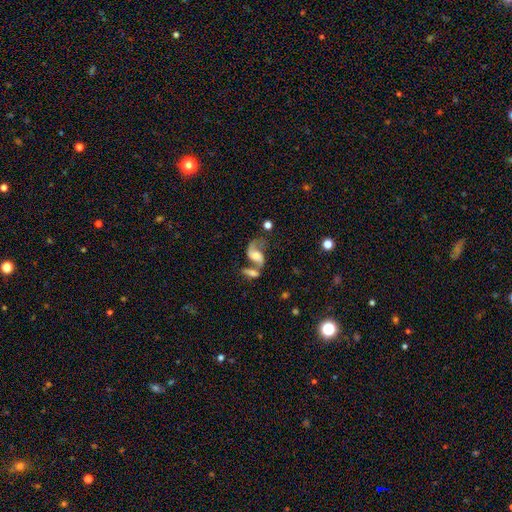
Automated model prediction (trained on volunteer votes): The model was most divided on "bulge size": moderate: 35%, small: 23%, large: 21%, none: 18%, dominant: 4%. Remaining: edge-on disk — no (96%); spiral arms — yes (89%); spiral arm count — 2 (79%); smooth or featured — featured or disk (71%); spiral winding — loose (68%); bar — no (56%); merging — merger (48%).